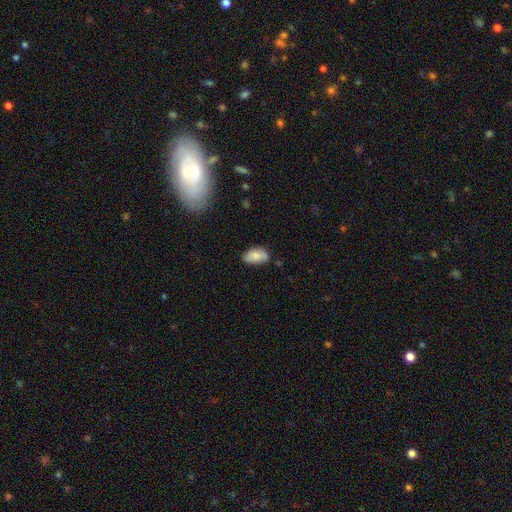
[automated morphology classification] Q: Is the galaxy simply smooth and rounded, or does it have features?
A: smooth — 79%.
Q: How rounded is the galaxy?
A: in between — 94%.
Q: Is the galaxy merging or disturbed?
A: none — 69%.